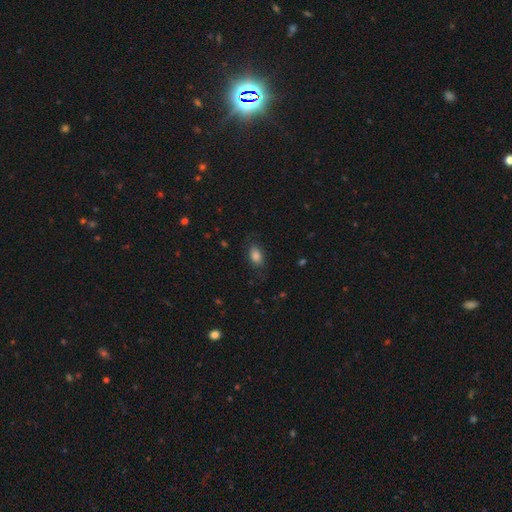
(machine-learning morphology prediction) A smooth galaxy with no disk features (84%) that is in between round and cigar-shaped (88%). Merging: none (78%).